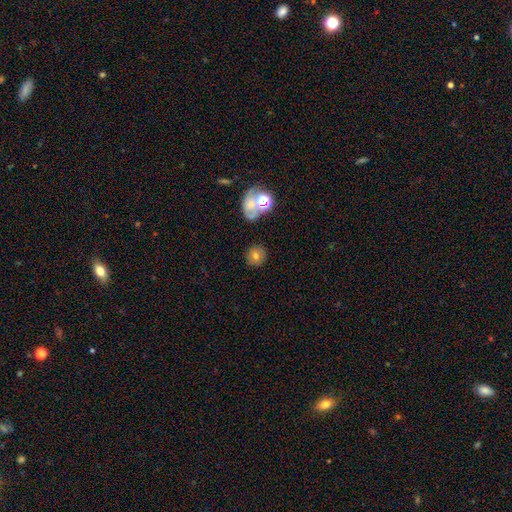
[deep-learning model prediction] Morphology: type=smooth (70%); roundness=round (91%); merging=none (84%).